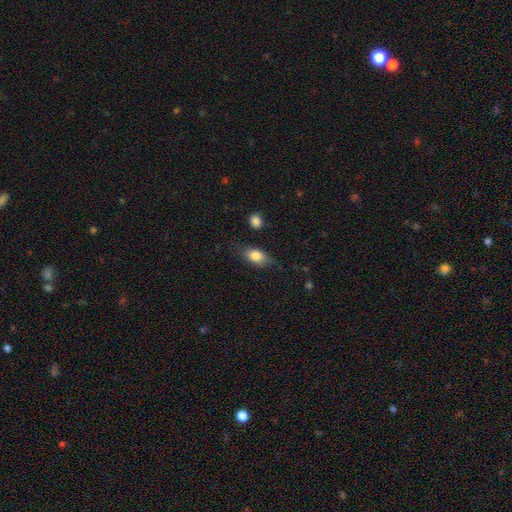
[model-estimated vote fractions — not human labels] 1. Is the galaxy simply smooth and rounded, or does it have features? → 77% smooth, 16% featured or disk, 7% star or artifact.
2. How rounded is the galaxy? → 80% in between, 11% round, 9% cigar-shaped.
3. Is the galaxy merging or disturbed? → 70% none, 22% minor disturbance, 6% major disturbance, 2% merger.